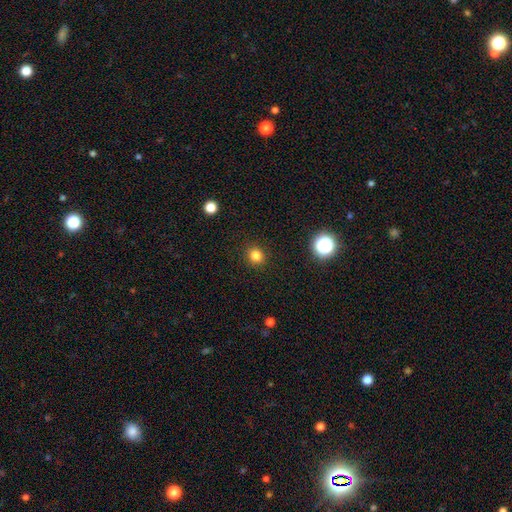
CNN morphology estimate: smooth-or-featured: smooth: 81% | star or artifact: 14% | featured or disk: 5%
  how-rounded: round: 84% | in between: 15% | cigar-shaped: 1%
  merging: none: 90% | minor disturbance: 6% | major disturbance: 2% | merger: 1%